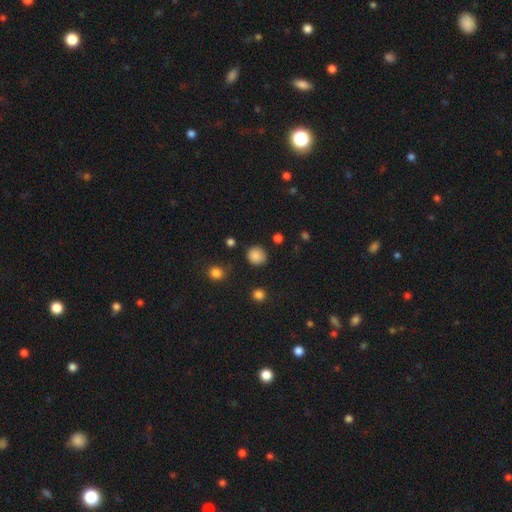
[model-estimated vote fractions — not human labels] This is clearly a smooth galaxy (85%). How rounded: clearly round (90%). Merging: clearly none (83%).